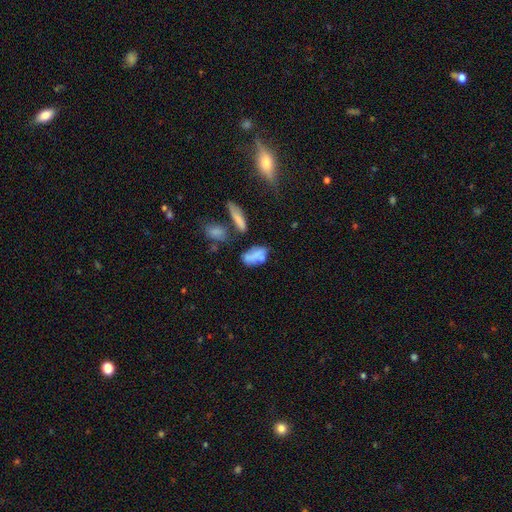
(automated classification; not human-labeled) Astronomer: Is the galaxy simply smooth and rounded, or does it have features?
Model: smooth — 63%.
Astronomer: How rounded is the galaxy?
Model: in between — 84%.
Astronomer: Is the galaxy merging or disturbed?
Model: none — 37% (runner-up: minor disturbance, 24%).